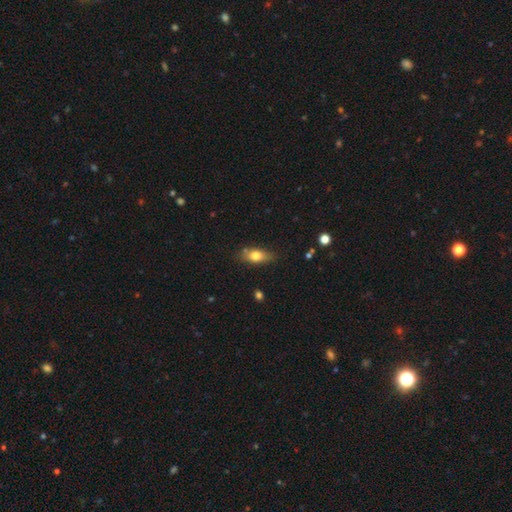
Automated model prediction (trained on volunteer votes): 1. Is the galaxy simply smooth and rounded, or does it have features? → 73% smooth, 19% featured or disk, 8% star or artifact.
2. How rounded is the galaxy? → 78% in between, 14% cigar-shaped, 8% round.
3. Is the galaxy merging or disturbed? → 75% none, 18% minor disturbance, 4% major disturbance, 3% merger.